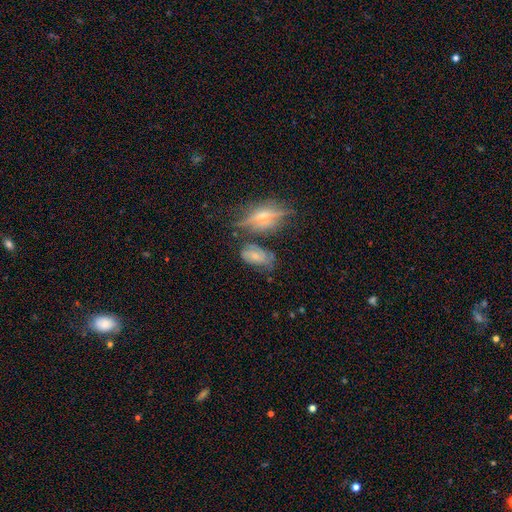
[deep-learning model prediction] This is marginally a featured or disk galaxy (44%). Merging: possibly none (52%).